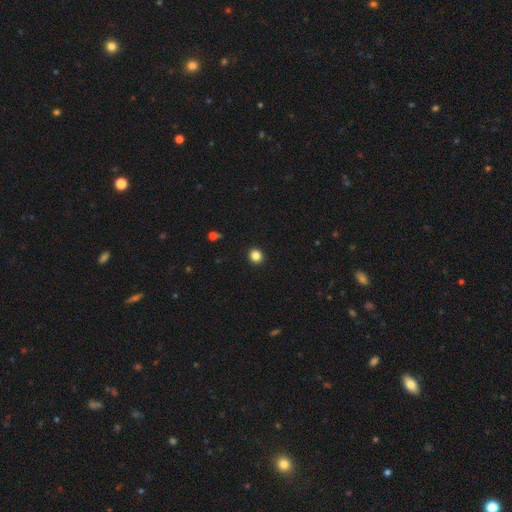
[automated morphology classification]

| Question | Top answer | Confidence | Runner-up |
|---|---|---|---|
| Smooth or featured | smooth | 85% | star or artifact (11%) |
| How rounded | round | 86% | in between (13%) |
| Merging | none | 93% | minor disturbance (4%) |